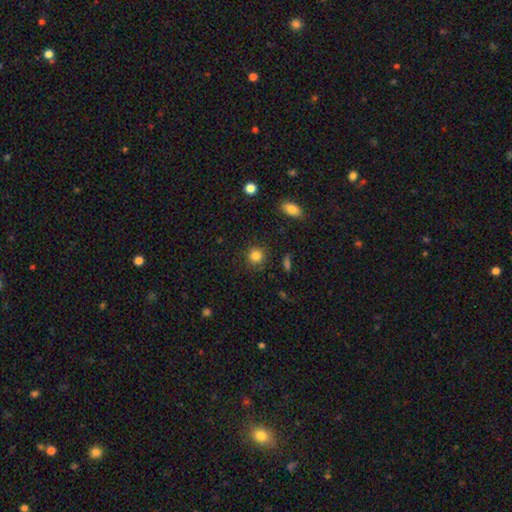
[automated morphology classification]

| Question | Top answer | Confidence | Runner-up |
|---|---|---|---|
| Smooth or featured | smooth | 84% | star or artifact (11%) |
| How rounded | round | 90% | in between (9%) |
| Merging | none | 87% | minor disturbance (9%) |